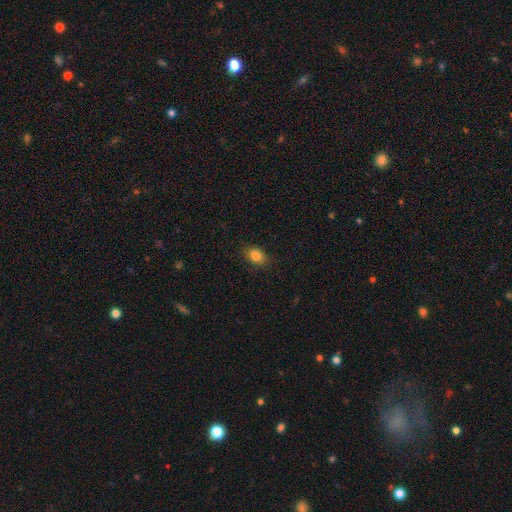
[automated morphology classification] Smooth or featured: smooth — 84% (star or artifact — 10%)
How rounded: in between — 70% (round — 28%)
Merging: none — 87% (minor disturbance — 10%)